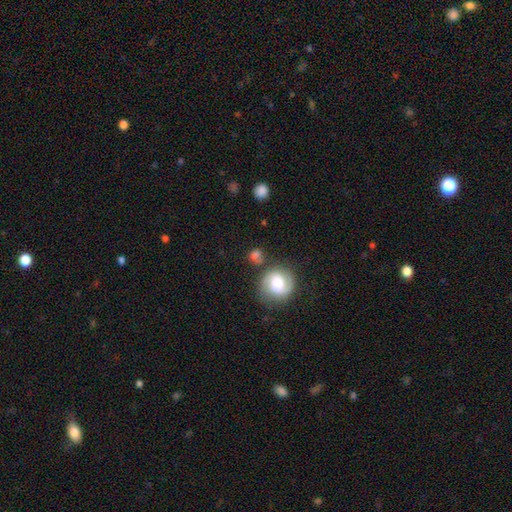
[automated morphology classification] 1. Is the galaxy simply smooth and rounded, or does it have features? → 57% smooth, 32% featured or disk, 10% star or artifact.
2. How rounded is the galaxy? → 77% round, 21% in between, 2% cigar-shaped.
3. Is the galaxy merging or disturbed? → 65% none, 16% minor disturbance, 13% merger, 6% major disturbance.